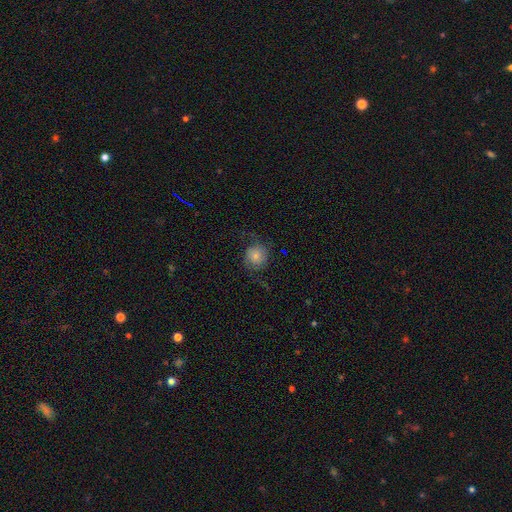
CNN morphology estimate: A smooth galaxy with no disk features (51%) that is round (86%).

Vote fractions:
- Smooth or featured? smooth: 51% / featured or disk: 39% / star or artifact: 10%
- How rounded? round: 86% / in between: 13% / cigar-shaped: 1%
- Merging? none: 64% / minor disturbance: 19% / major disturbance: 16% / merger: 1%